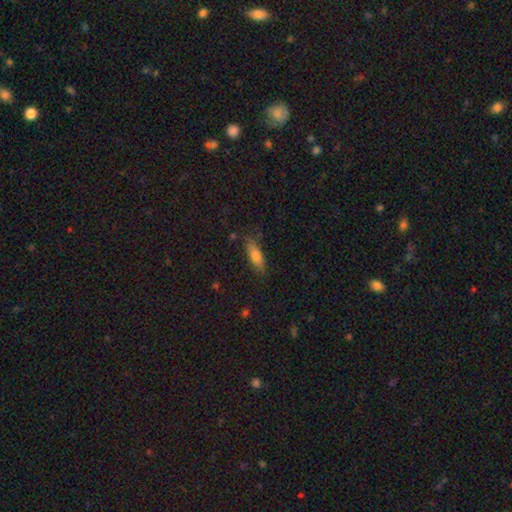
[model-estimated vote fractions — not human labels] The model was most divided on "how rounded": in between: 56%, cigar-shaped: 42%, round: 2%. More confident: smooth or featured — smooth (76%); merging — none (75%).